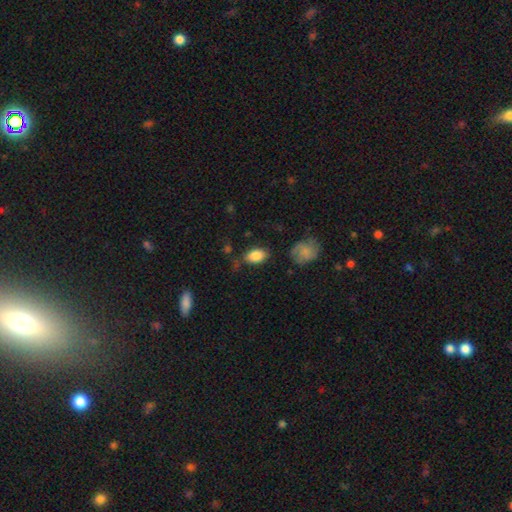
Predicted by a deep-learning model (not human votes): Q: Smooth or featured?
A: smooth (84%); runner-up: featured or disk (9%)
Q: How rounded?
A: in between (89%); runner-up: round (10%)
Q: Merging?
A: none (67%); runner-up: minor disturbance (22%)